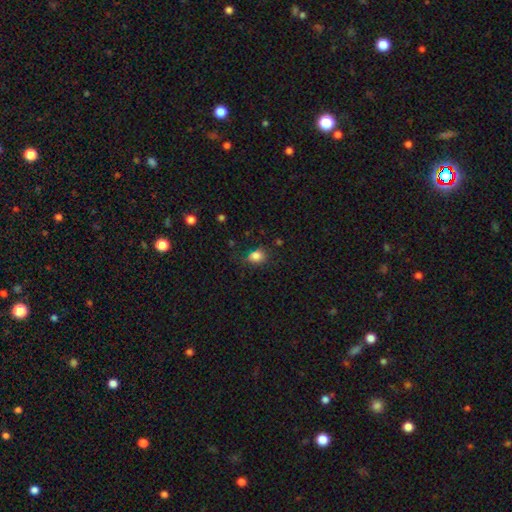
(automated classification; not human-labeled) Morphology: type=smooth (83%); roundness=round (50%); merging=none (71%).